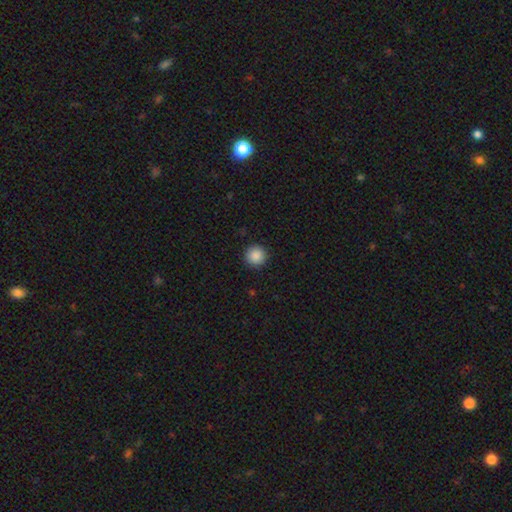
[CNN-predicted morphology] The model was most divided on "smooth or featured": smooth: 88%, star or artifact: 9%, featured or disk: 3%. More confident: how rounded — round (95%); merging — none (92%).